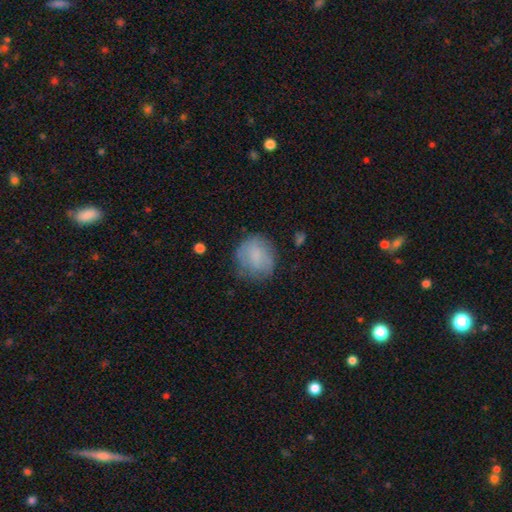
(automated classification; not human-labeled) The model was most divided on "merging": none: 64%, minor disturbance: 25%, major disturbance: 9%, merger: 2%. More confident: how rounded — round (78%); smooth or featured — smooth (75%).